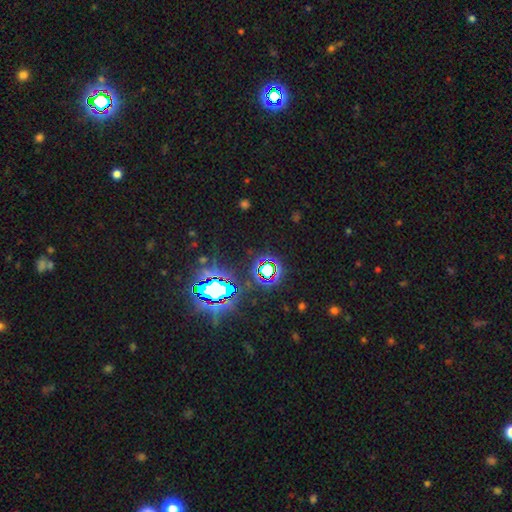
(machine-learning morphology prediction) Smooth or featured: star or artifact — 81% (smooth — 12%)